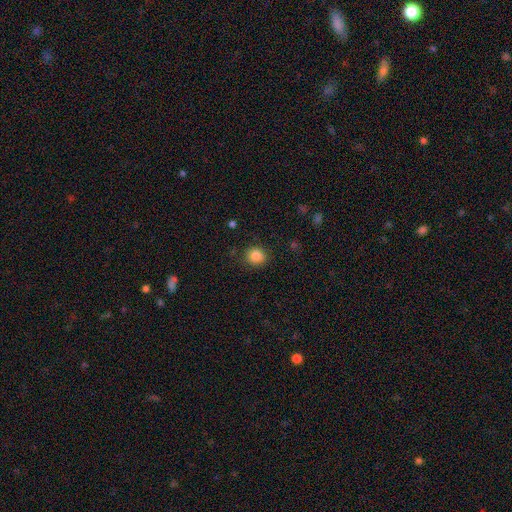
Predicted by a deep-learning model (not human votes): This appears to be a smooth galaxy with no disk features (85%) that is round (84%). Merging: none (86%).